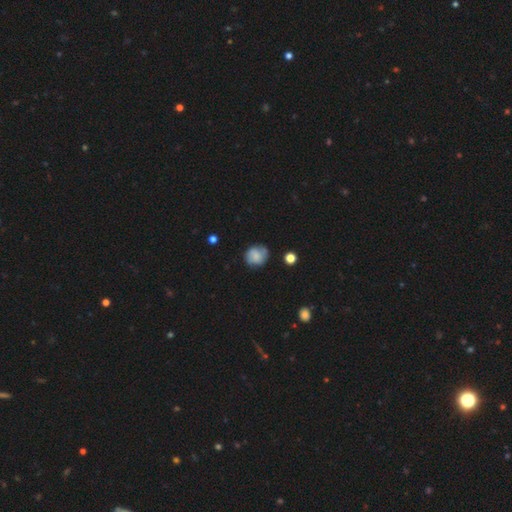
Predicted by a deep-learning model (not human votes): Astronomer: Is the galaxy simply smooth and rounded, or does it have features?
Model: smooth — 63%.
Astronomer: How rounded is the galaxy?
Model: round — 78%.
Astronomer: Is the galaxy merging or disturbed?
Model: none — 68%.